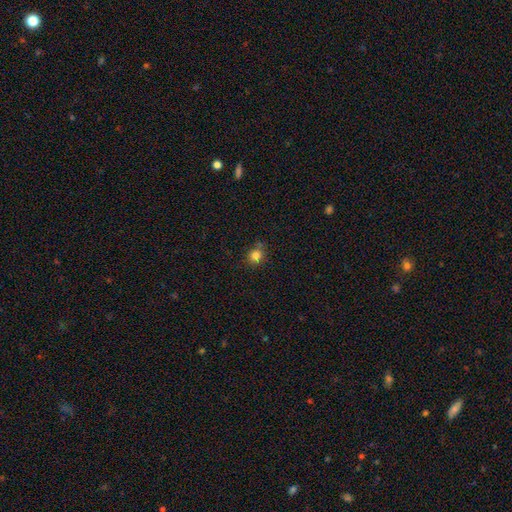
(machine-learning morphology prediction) This appears to be a smooth galaxy with no disk features (82%) that is round (87%). Merging: none (76%).